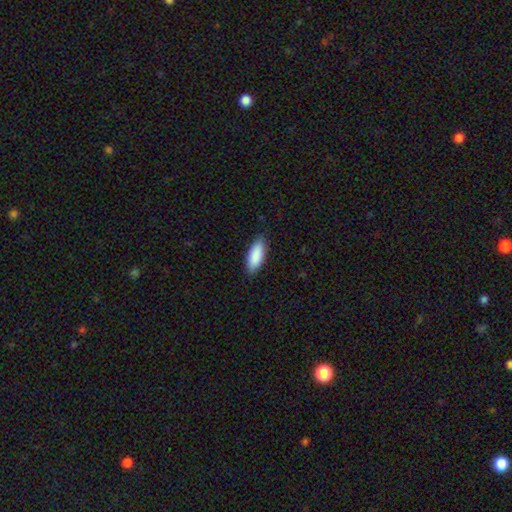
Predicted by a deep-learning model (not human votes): Smooth or featured? smooth (90%)
How rounded? in between (78%)
Merging? none (87%)